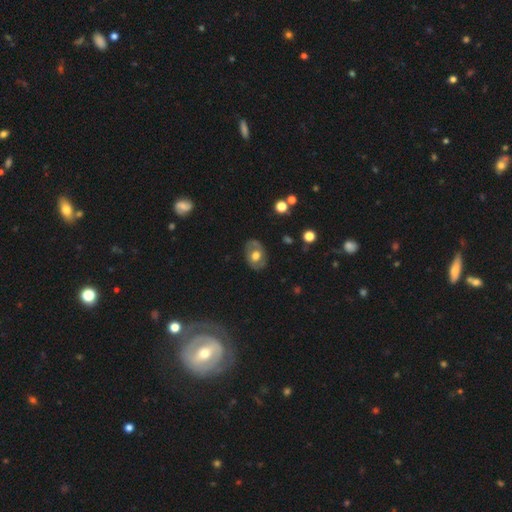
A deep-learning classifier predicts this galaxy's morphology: A featured or disk galaxy (50%).

Vote fractions:
- Smooth or featured? featured or disk: 50% / smooth: 43% / star or artifact: 8%
- Merging? none: 78% / minor disturbance: 15% / major disturbance: 5% / merger: 1%